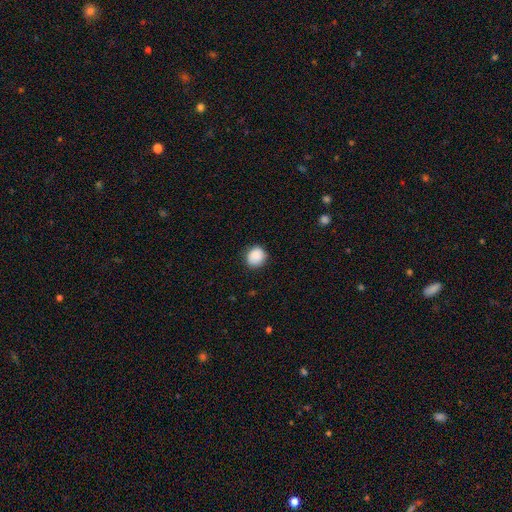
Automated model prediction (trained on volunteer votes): A smooth galaxy with no disk features (88%) that is round (83%).

Vote fractions:
- Smooth or featured? smooth: 88% / star or artifact: 8% / featured or disk: 4%
- How rounded? round: 83% / in between: 16% / cigar-shaped: 1%
- Merging? none: 84% / minor disturbance: 12% / major disturbance: 3% / merger: 1%